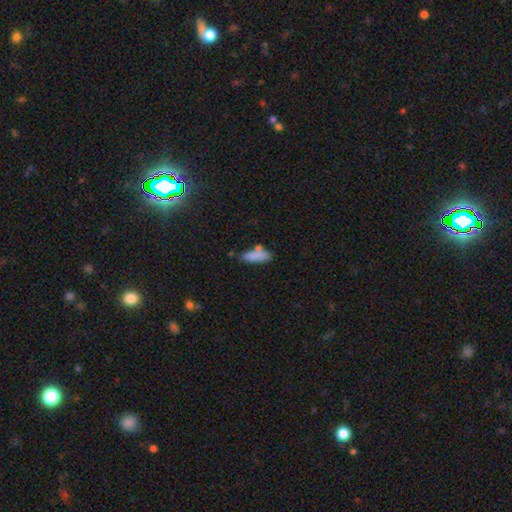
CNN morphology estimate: This appears to be a smooth galaxy with no disk features (83%) that is in between round and cigar-shaped (58%). Merging: none (60%).